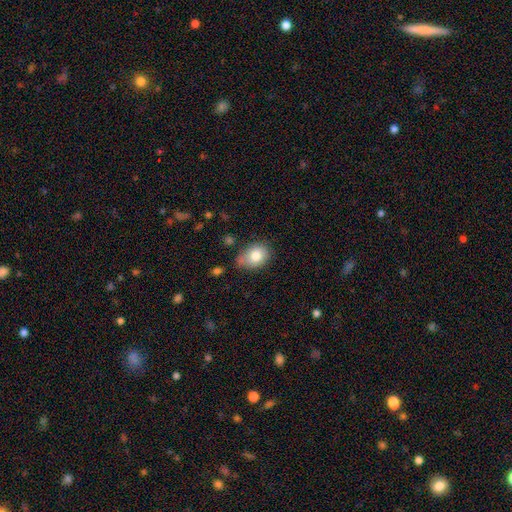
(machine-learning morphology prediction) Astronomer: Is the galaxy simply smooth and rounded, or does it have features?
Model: smooth — 80%.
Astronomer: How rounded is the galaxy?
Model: in between — 68%.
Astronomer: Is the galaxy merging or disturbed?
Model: none — 56% (runner-up: minor disturbance, 32%).